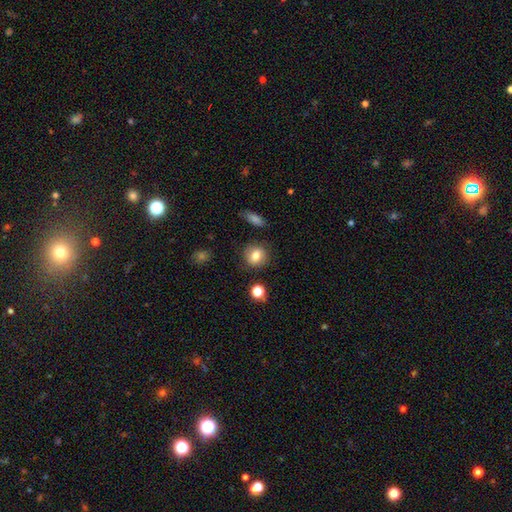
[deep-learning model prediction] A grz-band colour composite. It shows a smooth galaxy with no disk features (79%) that is round (79%). Merging: none (85%).